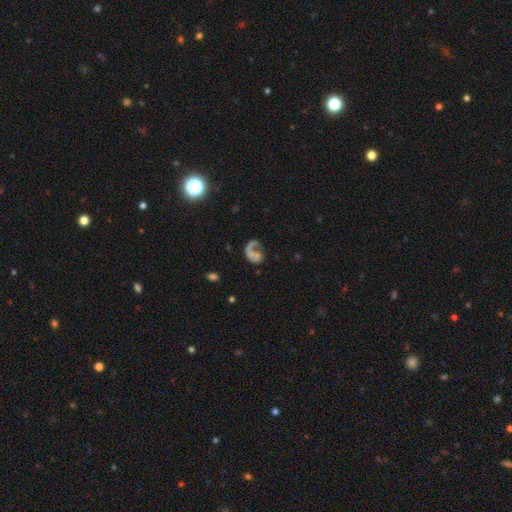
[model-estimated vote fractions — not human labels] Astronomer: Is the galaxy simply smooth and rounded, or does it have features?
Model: featured or disk — 53%.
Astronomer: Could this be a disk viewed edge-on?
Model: no — 97%.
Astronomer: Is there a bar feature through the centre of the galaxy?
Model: no — 84%.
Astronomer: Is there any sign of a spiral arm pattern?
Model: yes — 59% (runner-up: no, 41%).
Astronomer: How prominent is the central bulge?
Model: none — 61%.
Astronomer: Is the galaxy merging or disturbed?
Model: none — 40% (runner-up: major disturbance, 34%).